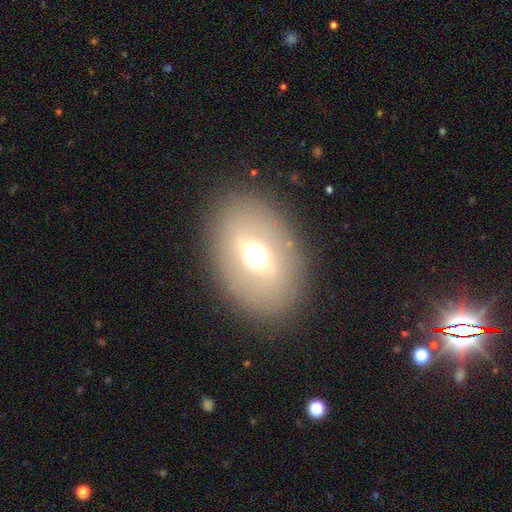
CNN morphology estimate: Overall: smooth (52%; featured or disk 35%). How rounded: in between (74%). Merging: none (83%).